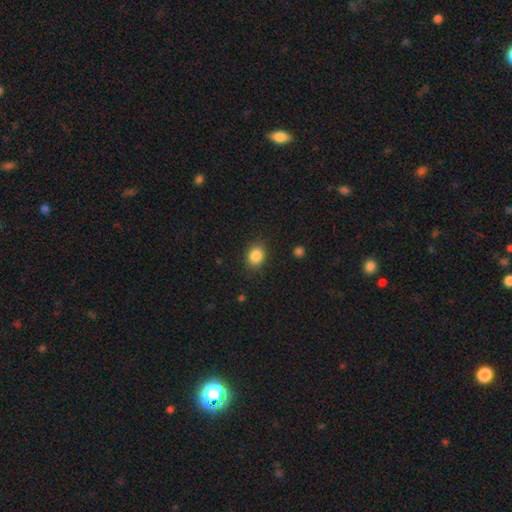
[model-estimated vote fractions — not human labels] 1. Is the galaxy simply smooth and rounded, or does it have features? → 86% smooth, 9% star or artifact, 5% featured or disk.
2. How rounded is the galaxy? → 56% in between, 43% round, 1% cigar-shaped.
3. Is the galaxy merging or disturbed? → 86% none, 10% minor disturbance, 3% major disturbance, 1% merger.